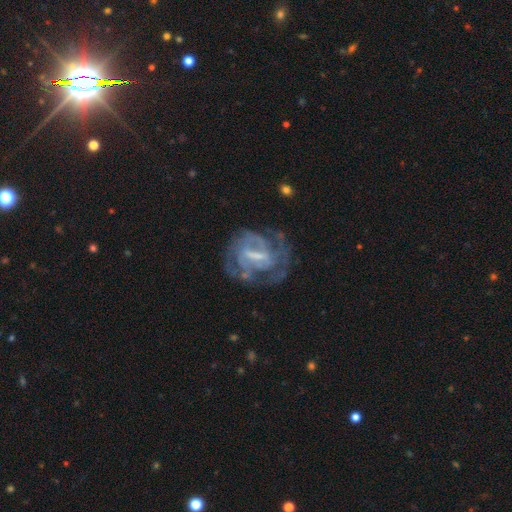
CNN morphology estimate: smooth_or_featured: featured or disk (p=0.78) [alt: smooth p=0.13]
disk_edge_on: no (p=0.96) [alt: yes p=0.04]
bar: weak (p=0.44) [alt: strong p=0.40]
has_spiral_arms: yes (p=0.72) [alt: no p=0.28]
spiral_winding: tight (p=0.52) [alt: medium p=0.36]
spiral_arm_count: can't tell (p=0.48) [alt: 2 p=0.26]
bulge_size: small (p=0.38) [alt: none p=0.28]
merging: none (p=0.55) [alt: major disturbance p=0.22]